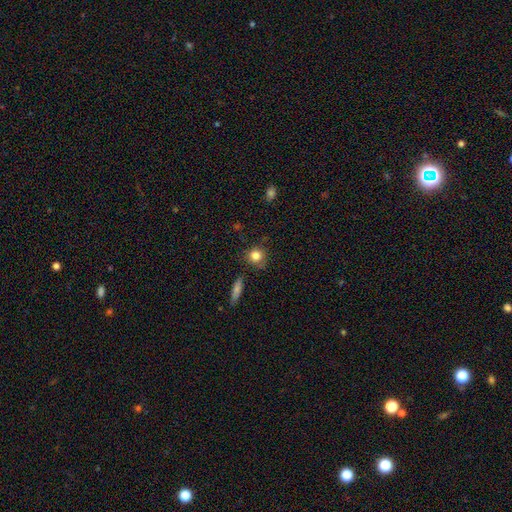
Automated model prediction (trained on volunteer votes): smooth 83%, star or artifact 10%, featured or disk 7%. Down the decision tree: how rounded — round (86%); merging — none (79%).